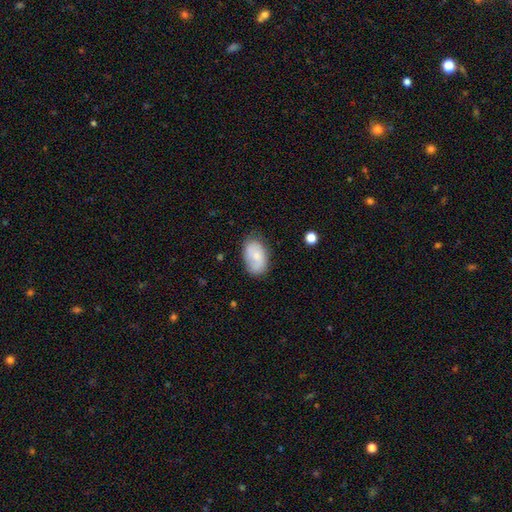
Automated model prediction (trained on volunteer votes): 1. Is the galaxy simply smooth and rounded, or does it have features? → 65% smooth, 27% featured or disk, 7% star or artifact.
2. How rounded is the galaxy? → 90% in between, 8% round, 1% cigar-shaped.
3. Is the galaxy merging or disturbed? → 68% none, 23% minor disturbance, 6% major disturbance, 2% merger.